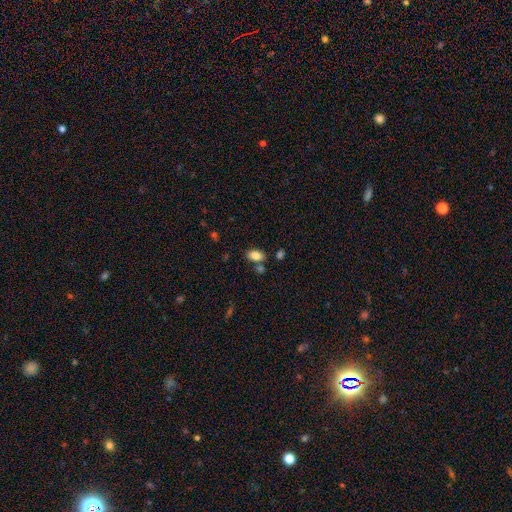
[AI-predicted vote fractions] Smooth or featured?
  - smooth: 84% *
  - star or artifact: 8%
  - featured or disk: 7%
How rounded?
  - in between: 90% *
  - round: 8%
  - cigar-shaped: 2%
Merging?
  - none: 73% *
  - merger: 12%
  - minor disturbance: 12%
  - major disturbance: 3%